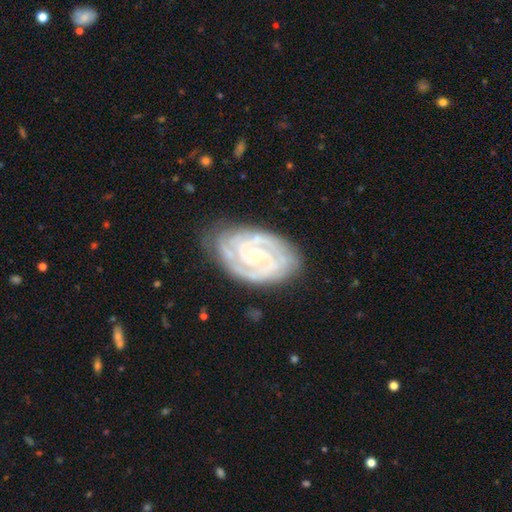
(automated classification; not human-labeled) This is clearly a featured or disk galaxy (91%). It is clearly not viewed edge-on (97%). Bar: likely no (61%). Spiral arm pattern: clearly yes (98%). Spiral arm count: possibly 2 (56%). Spiral winding: likely tight (76%). Central bulge: likely small (72%). Merging: likely none (78%).